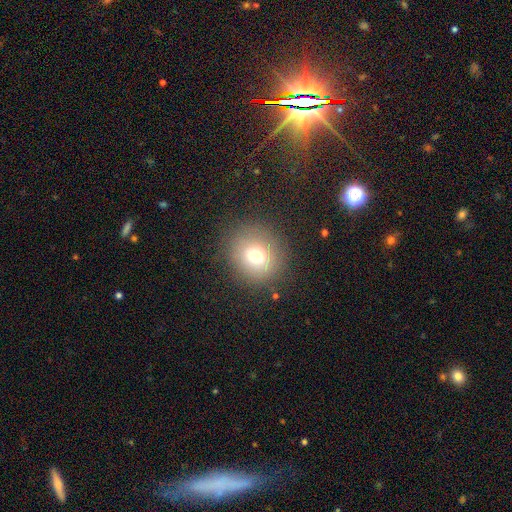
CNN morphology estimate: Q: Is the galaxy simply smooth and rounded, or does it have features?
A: smooth — 71%.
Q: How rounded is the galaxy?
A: round — 84%.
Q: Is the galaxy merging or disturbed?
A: none — 84%.